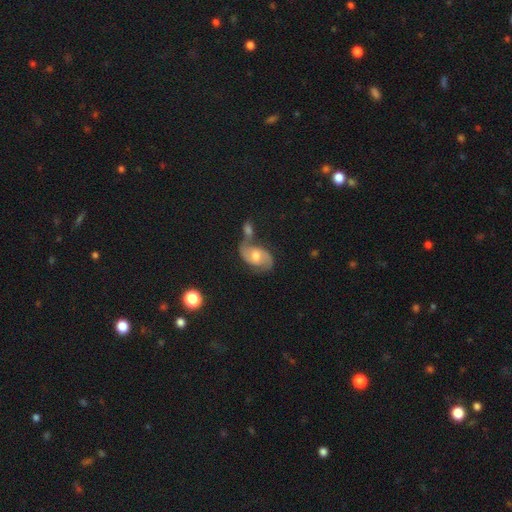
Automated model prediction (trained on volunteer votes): Smooth or featured? featured or disk (77%)
Edge-on disk? no (97%)
Bar? weak (45%)
Spiral arms? yes (92%)
Spiral winding? medium (52%)
Spiral arm count? 2 (89%)
Bulge size? moderate (70%)
Merging? none (40%)